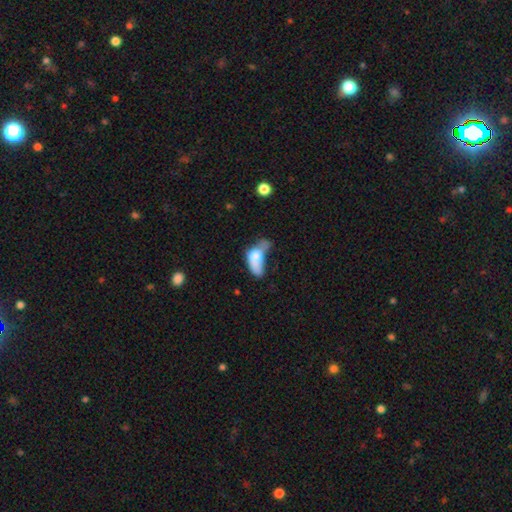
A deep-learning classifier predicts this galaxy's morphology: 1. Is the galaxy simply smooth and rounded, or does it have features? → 62% smooth, 29% featured or disk, 9% star or artifact.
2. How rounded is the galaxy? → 82% in between, 11% round, 7% cigar-shaped.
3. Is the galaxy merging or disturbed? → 48% major disturbance, 22% merger, 19% minor disturbance, 12% none.